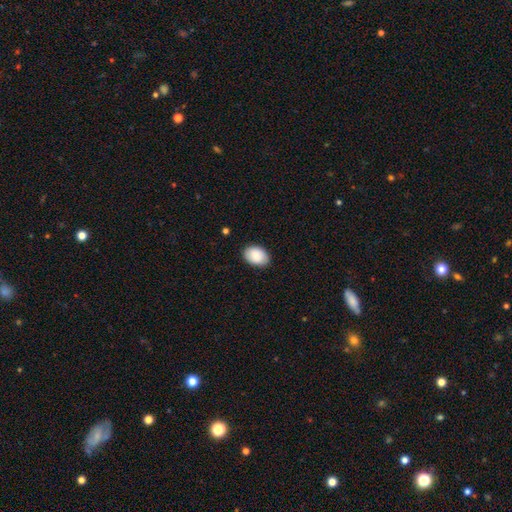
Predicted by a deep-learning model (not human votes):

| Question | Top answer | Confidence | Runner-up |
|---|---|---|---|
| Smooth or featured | smooth | 88% | star or artifact (6%) |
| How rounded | in between | 85% | round (14%) |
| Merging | none | 85% | minor disturbance (12%) |